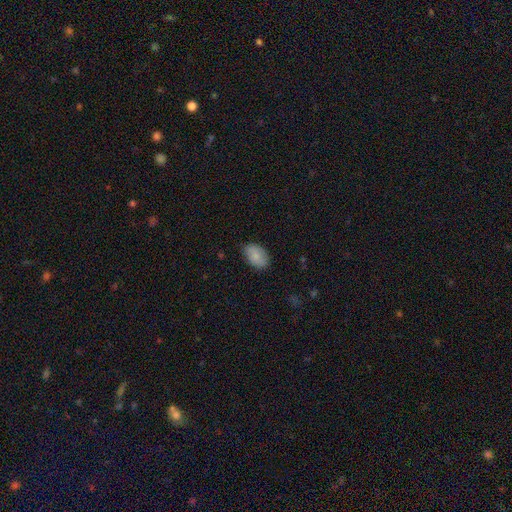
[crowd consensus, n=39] Q: Smooth or featured?
A: smooth (87%); runner-up: featured or disk (10%)
Q: How rounded?
A: in between (91%); runner-up: round (9%)
Q: Merging?
A: none (68%); runner-up: minor disturbance (26%)